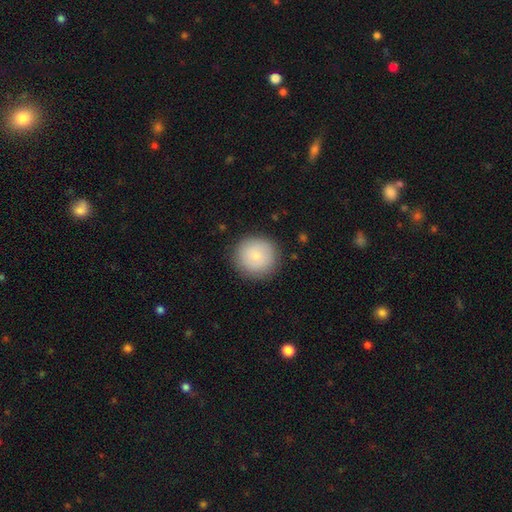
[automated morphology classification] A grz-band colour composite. It shows a smooth galaxy with no disk features (78%) that is round (94%). Merging: none (87%).